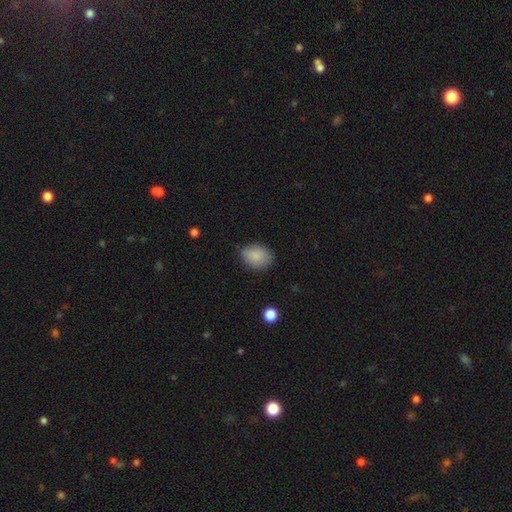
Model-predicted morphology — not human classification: Overall: smooth (87%). How rounded: in between (61%; round 38%). Merging: none (74%).